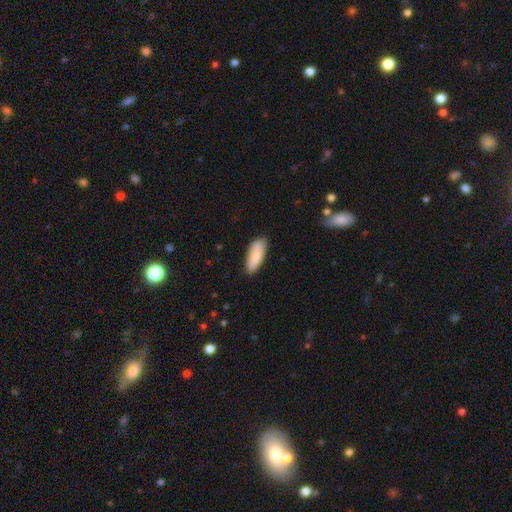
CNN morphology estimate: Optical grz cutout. It shows a smooth galaxy with no disk features (87%) that is in between round and cigar-shaped (74%). Merging: none (80%).